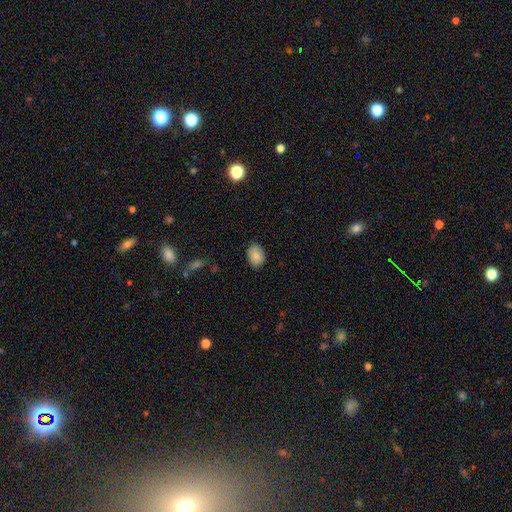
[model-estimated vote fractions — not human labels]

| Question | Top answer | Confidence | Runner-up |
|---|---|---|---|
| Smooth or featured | smooth | 86% | star or artifact (8%) |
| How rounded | in between | 73% | round (26%) |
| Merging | none | 82% | minor disturbance (14%) |